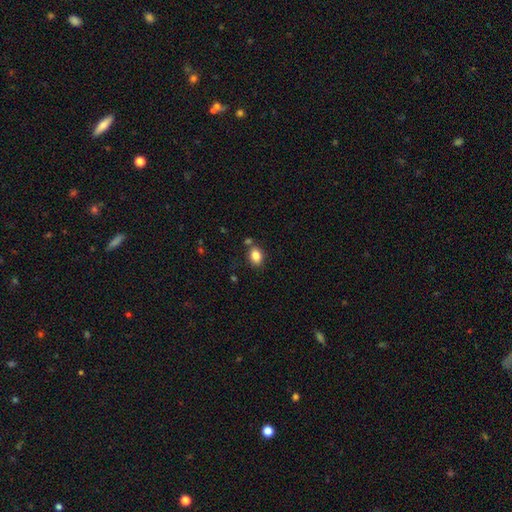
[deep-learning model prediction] Smooth or featured?
  - smooth: 84% *
  - star or artifact: 9%
  - featured or disk: 7%
How rounded?
  - in between: 72% *
  - round: 26%
  - cigar-shaped: 1%
Merging?
  - none: 75% *
  - minor disturbance: 13%
  - merger: 9%
  - major disturbance: 3%